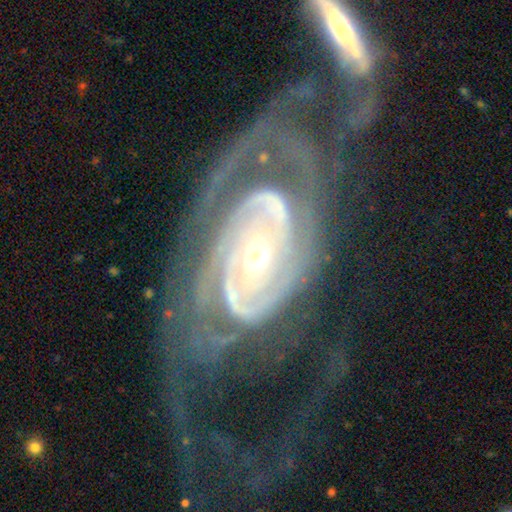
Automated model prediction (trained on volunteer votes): Smooth or featured? Predicted: featured or disk (p=0.92). Edge-on disk? Predicted: no (p=0.96). Bar? Predicted: no (p=0.59). Spiral arms? Predicted: yes (p=0.97). Spiral winding? Predicted: tight (p=0.64). Spiral arm count? Predicted: 2 (p=0.51). Bulge size? Predicted: moderate (p=0.61). Merging? Predicted: major disturbance (p=0.37).